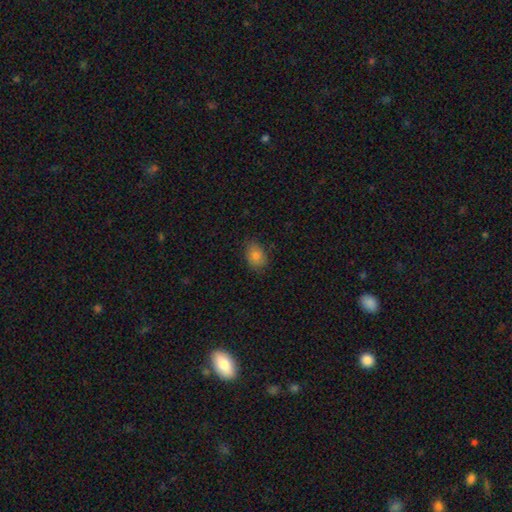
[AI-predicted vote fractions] Smooth or featured?
  - smooth: 81% *
  - star or artifact: 11%
  - featured or disk: 9%
How rounded?
  - in between: 69% *
  - round: 29%
  - cigar-shaped: 1%
Merging?
  - none: 81% *
  - minor disturbance: 15%
  - major disturbance: 3%
  - merger: 1%